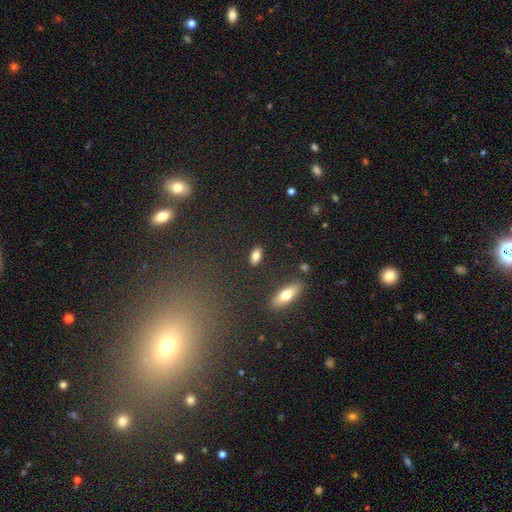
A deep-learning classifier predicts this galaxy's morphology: Smooth or featured? smooth (81%)
How rounded? in between (86%)
Merging? none (87%)